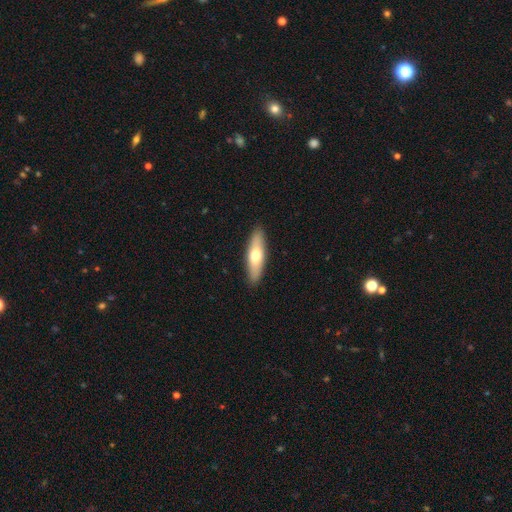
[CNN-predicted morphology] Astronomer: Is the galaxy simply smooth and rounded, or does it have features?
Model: smooth — 62%.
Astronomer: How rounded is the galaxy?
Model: cigar-shaped — 57% (runner-up: in between, 41%).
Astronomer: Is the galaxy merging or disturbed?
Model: none — 90%.